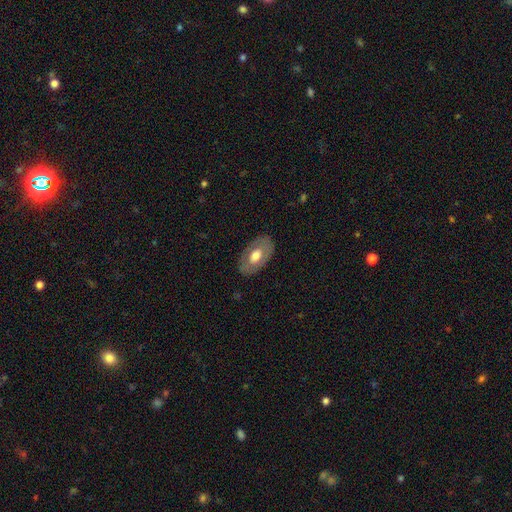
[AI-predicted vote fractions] Morphology: type=smooth (54%); roundness=in between (91%); merging=none (83%).